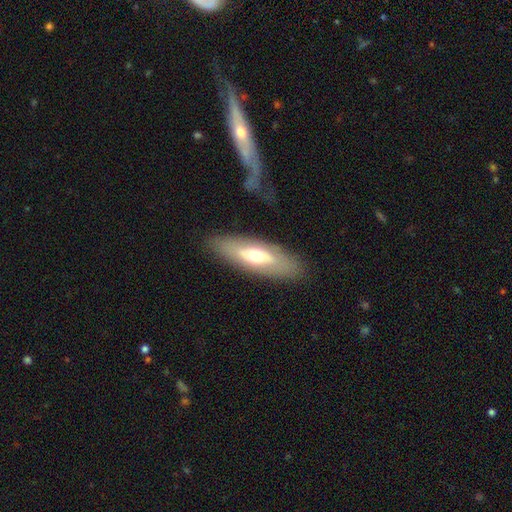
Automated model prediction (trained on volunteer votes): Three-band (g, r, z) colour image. It shows a featured or disk galaxy (47%). Merging: none (82%).